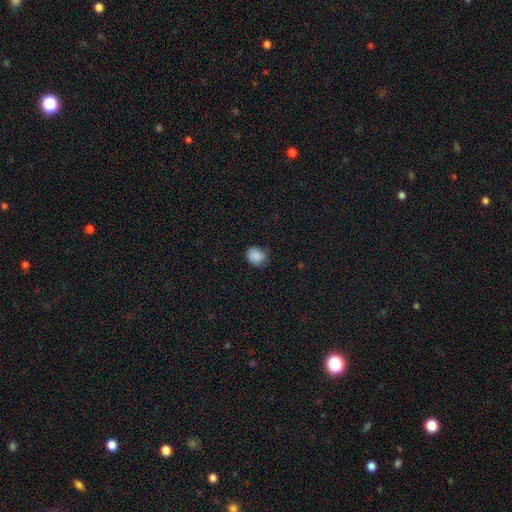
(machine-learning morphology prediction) Smooth or featured? smooth (87%)
How rounded? round (54%)
Merging? none (65%)